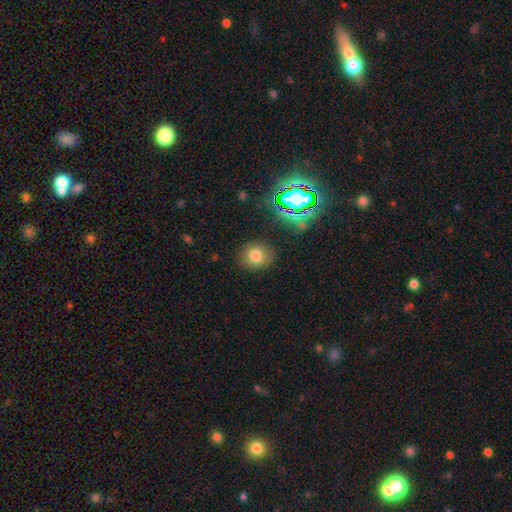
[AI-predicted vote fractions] Morphology: type=smooth (76%); roundness=round (69%); merging=none (83%).